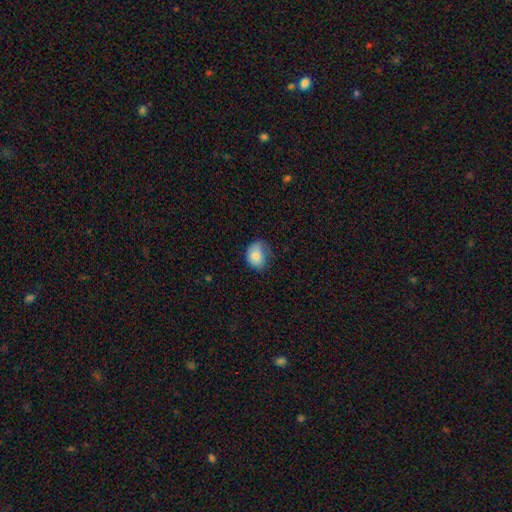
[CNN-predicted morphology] smooth-or-featured: smooth: 80% | featured or disk: 12% | star or artifact: 8%
  how-rounded: in between: 57% | round: 42% | cigar-shaped: 1%
  merging: none: 52% | minor disturbance: 35% | major disturbance: 11% | merger: 1%